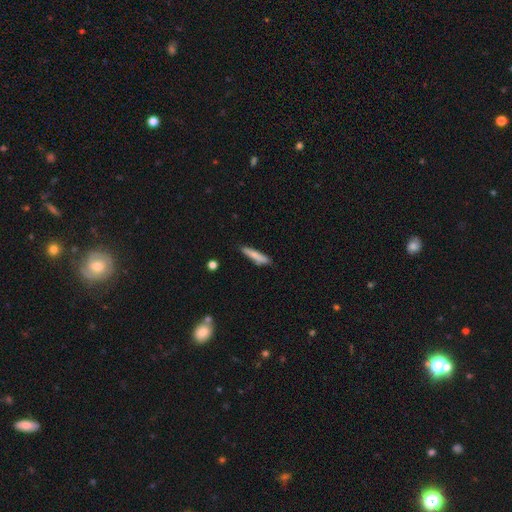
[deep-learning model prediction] Smooth or featured?
  - smooth: 79% *
  - featured or disk: 15%
  - star or artifact: 6%
How rounded?
  - cigar-shaped: 89% *
  - in between: 9%
  - round: 1%
Merging?
  - none: 83% *
  - minor disturbance: 12%
  - major disturbance: 2%
  - merger: 2%